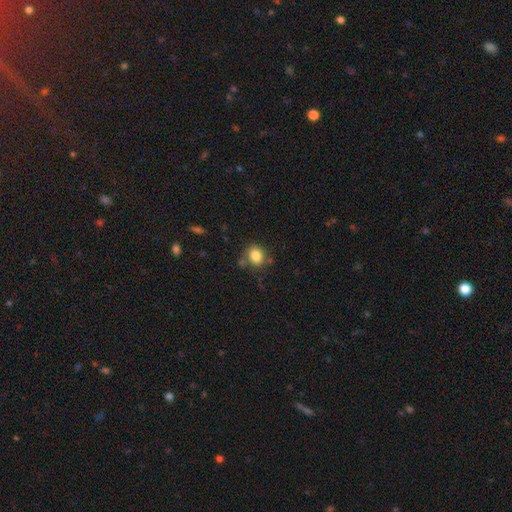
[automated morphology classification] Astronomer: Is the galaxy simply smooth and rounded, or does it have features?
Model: smooth — 83%.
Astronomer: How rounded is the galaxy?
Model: round — 62% (runner-up: in between, 38%).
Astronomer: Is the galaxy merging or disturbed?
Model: none — 71%.